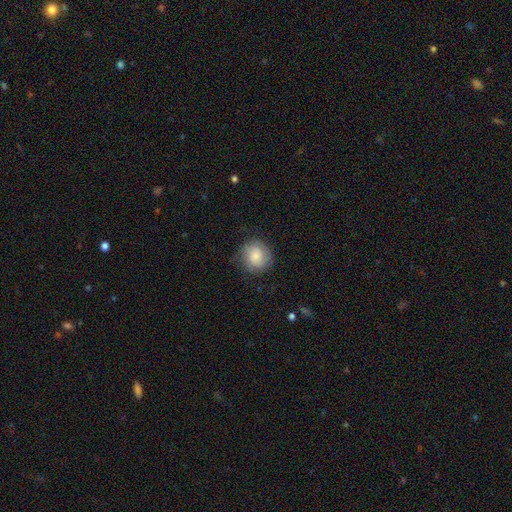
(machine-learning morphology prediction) A smooth galaxy with no disk features (67%) that is round (89%). Merging: none (77%).